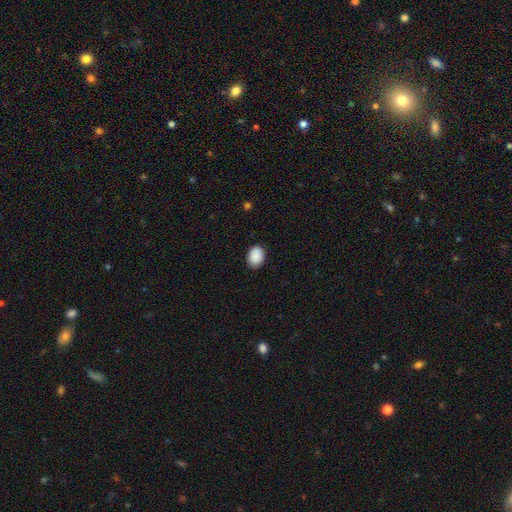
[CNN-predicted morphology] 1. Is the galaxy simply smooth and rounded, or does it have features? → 90% smooth, 7% star or artifact, 3% featured or disk.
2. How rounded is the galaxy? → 67% in between, 32% round, 1% cigar-shaped.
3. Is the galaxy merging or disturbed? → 87% none, 10% minor disturbance, 2% major disturbance, 1% merger.